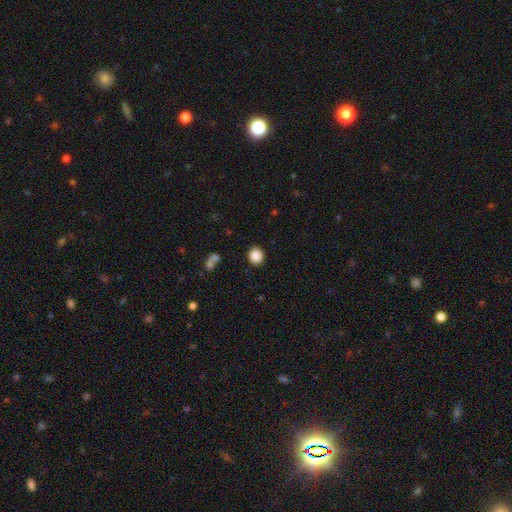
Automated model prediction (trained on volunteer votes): smooth 88%, star or artifact 9%, featured or disk 3%. Down the decision tree: how rounded — round (80%); merging — none (88%).